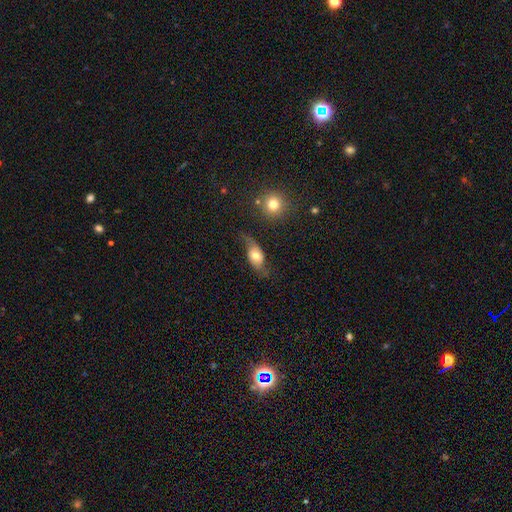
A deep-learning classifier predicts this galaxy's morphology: smooth_or_featured: smooth (p=0.52) [alt: featured or disk p=0.40]
how_rounded: in between (p=0.79) [alt: round p=0.14]
merging: none (p=0.46) [alt: minor disturbance p=0.30]